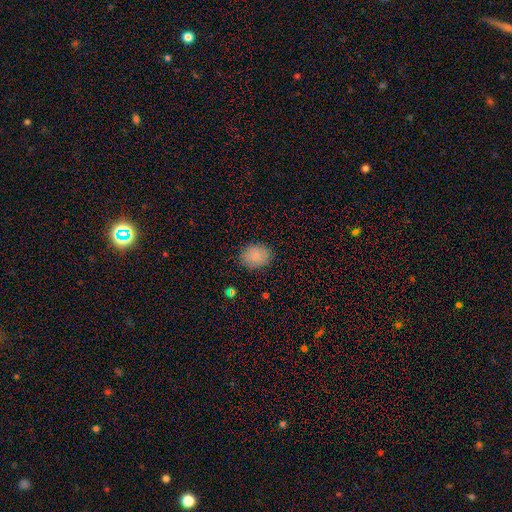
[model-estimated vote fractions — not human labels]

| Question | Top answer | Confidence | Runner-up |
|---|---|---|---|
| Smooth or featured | smooth | 83% | star or artifact (9%) |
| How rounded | in between | 50% | round (49%) |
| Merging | none | 85% | minor disturbance (11%) |